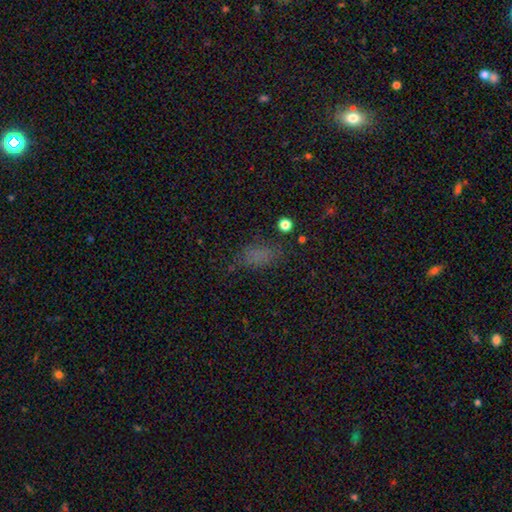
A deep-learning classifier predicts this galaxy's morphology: Smooth or featured? Predicted: smooth (p=0.67). How rounded? Predicted: in between (p=0.80). Merging? Predicted: none (p=0.62).